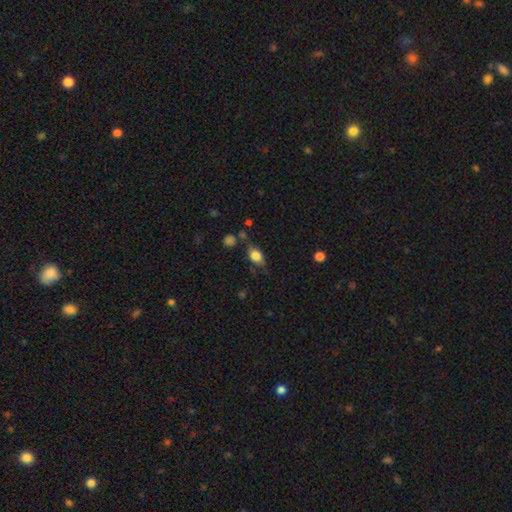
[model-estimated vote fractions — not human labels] Smooth or featured? Predicted: smooth (p=0.79). How rounded? Predicted: in between (p=0.78). Merging? Predicted: none (p=0.66).